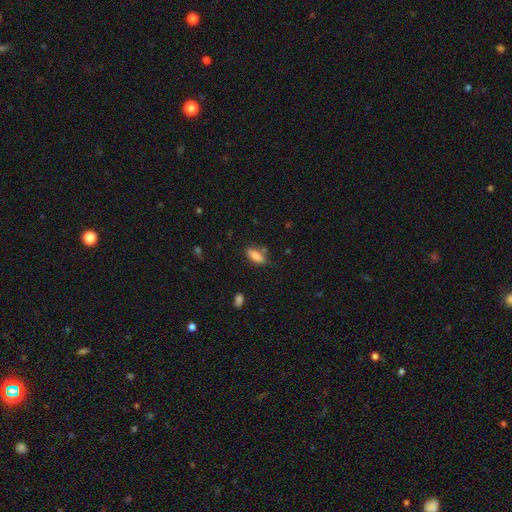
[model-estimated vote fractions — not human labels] Q: Smooth or featured?
A: smooth (85%); runner-up: star or artifact (8%)
Q: How rounded?
A: in between (81%); runner-up: cigar-shaped (16%)
Q: Merging?
A: none (69%); runner-up: minor disturbance (19%)